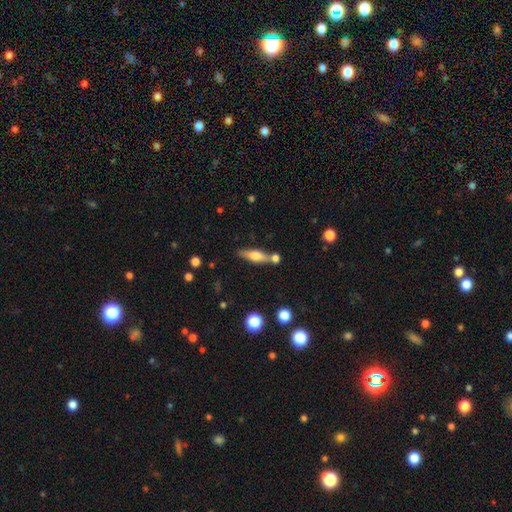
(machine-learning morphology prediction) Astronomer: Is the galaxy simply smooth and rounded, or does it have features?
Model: featured or disk — 48% (runner-up: smooth, 45%).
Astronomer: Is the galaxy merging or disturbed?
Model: none — 70%.